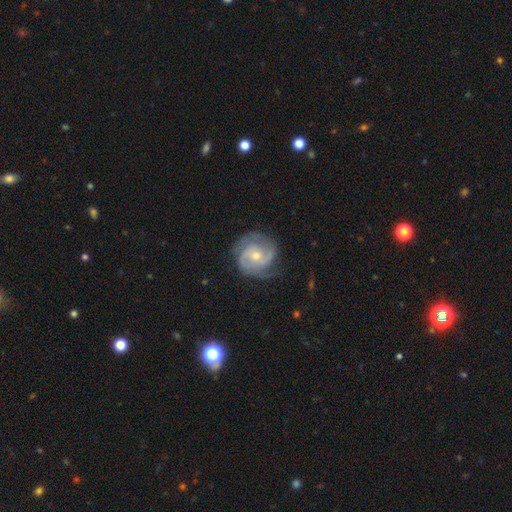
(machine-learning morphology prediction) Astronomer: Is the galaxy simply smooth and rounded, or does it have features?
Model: featured or disk — 87%.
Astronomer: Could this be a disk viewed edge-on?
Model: no — 98%.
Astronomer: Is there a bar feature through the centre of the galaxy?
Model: no — 64%.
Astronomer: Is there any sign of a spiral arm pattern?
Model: yes — 97%.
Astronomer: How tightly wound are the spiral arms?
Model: tight — 51% (runner-up: medium, 41%).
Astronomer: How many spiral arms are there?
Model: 2 — 49% (runner-up: 3, 28%).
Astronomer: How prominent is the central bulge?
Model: small — 56% (runner-up: moderate, 41%).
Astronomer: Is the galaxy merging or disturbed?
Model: none — 76%.